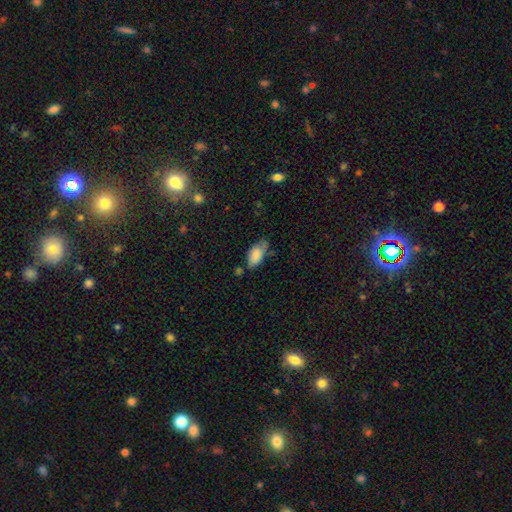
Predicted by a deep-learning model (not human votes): Smooth or featured? smooth (80%)
How rounded? in between (92%)
Merging? none (49%)